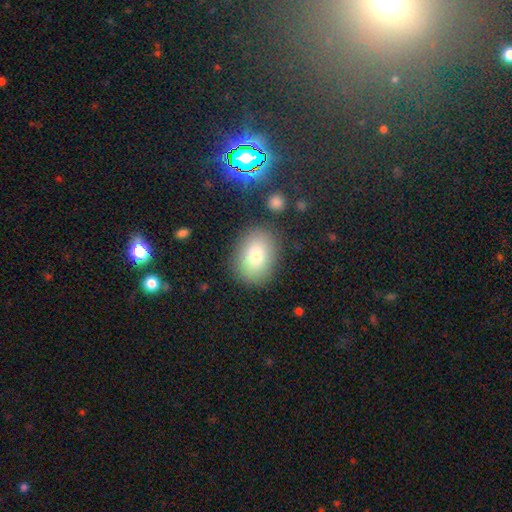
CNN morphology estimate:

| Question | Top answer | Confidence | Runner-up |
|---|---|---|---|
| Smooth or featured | smooth | 77% | featured or disk (12%) |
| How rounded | in between | 68% | round (31%) |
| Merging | none | 84% | minor disturbance (10%) |